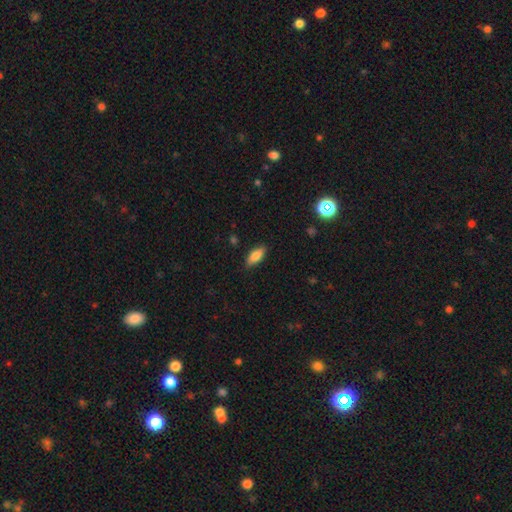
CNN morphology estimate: Overall: smooth (83%). How rounded: in between (82%). Merging: none (86%).